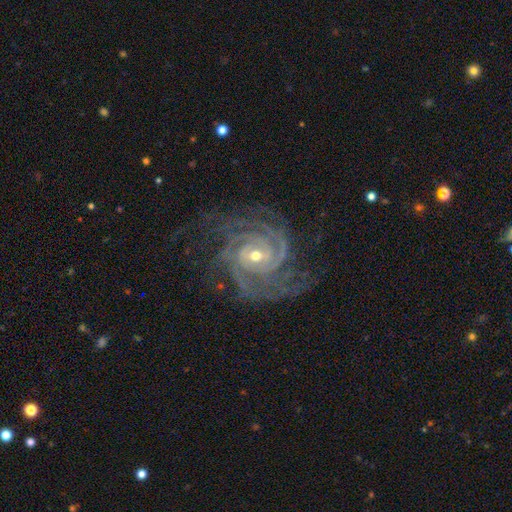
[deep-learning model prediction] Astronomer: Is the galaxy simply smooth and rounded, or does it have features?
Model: featured or disk — 91%.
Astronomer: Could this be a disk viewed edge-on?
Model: no — 97%.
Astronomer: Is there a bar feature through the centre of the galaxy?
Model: no — 46% (runner-up: weak, 35%).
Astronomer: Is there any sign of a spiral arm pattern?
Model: yes — 99%.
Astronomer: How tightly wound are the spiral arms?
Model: tight — 74%.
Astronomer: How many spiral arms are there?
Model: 3 — 25% (runner-up: 4, 23%).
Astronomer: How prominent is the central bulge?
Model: small — 53% (runner-up: moderate, 44%).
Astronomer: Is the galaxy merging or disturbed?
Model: none — 73%.